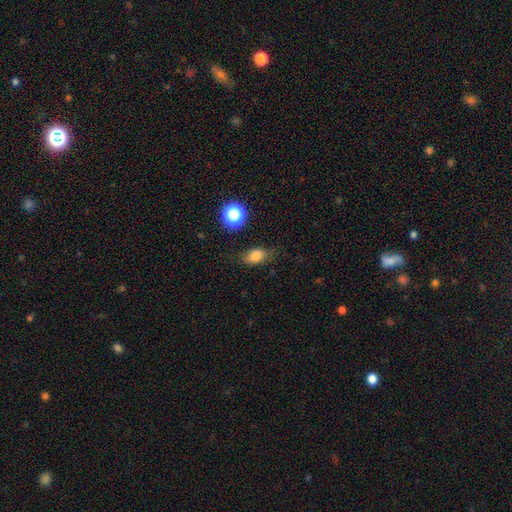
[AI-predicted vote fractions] Smooth or featured? Predicted: smooth (p=0.81). How rounded? Predicted: in between (p=0.79). Merging? Predicted: none (p=0.71).